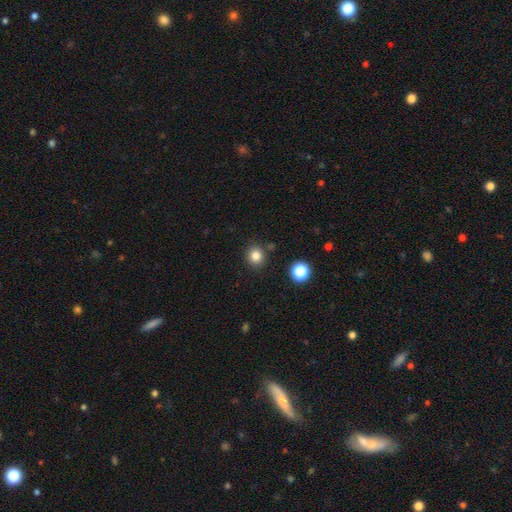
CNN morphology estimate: Smooth or featured? Predicted: smooth (p=0.81). How rounded? Predicted: round (p=0.86). Merging? Predicted: none (p=0.86).